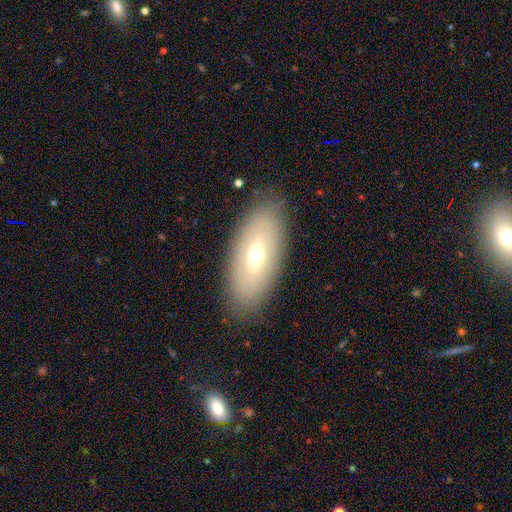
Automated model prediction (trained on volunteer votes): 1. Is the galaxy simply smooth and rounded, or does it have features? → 54% smooth, 37% featured or disk, 9% star or artifact.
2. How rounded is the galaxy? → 86% in between, 11% cigar-shaped, 3% round.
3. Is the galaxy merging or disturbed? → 86% none, 10% minor disturbance, 3% major disturbance, 1% merger.